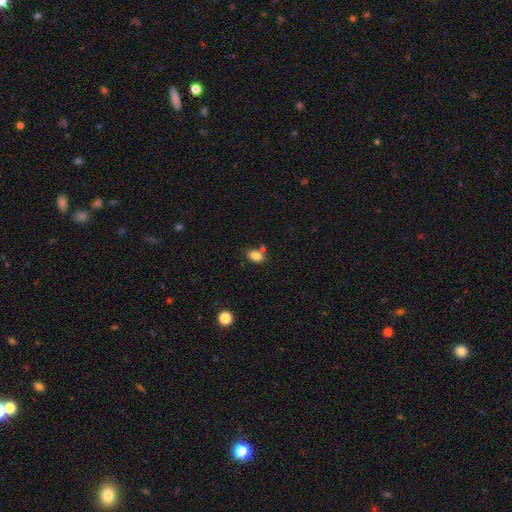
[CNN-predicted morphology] This appears to be a smooth galaxy with no disk features (83%) that is in between round and cigar-shaped (83%). Merging: none (64%).